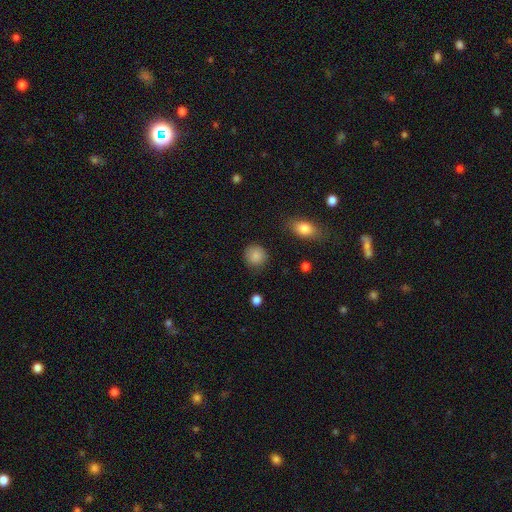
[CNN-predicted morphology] This is clearly a smooth galaxy (86%). How rounded: clearly round (88%). Merging: clearly none (84%).